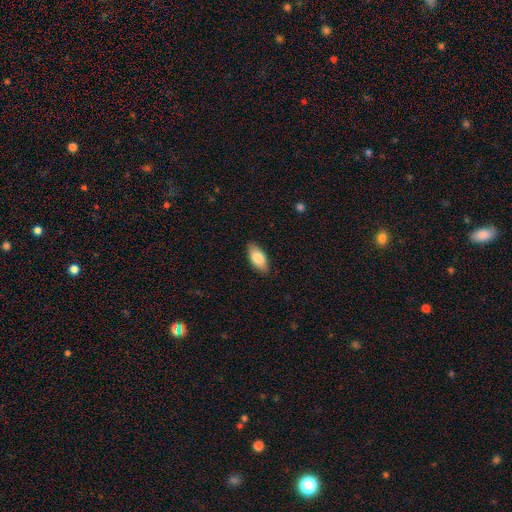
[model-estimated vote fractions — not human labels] This is clearly a smooth galaxy (82%). How rounded: clearly in between (90%). Merging: clearly none (87%).